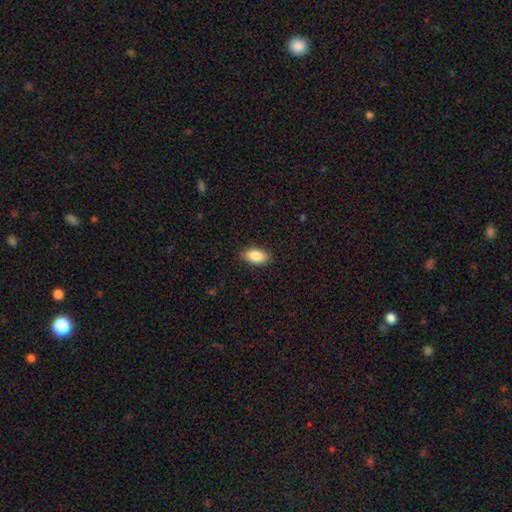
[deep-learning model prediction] smooth-or-featured: smooth: 87% | star or artifact: 7% | featured or disk: 6%
  how-rounded: in between: 92% | round: 5% | cigar-shaped: 3%
  merging: none: 88% | minor disturbance: 9% | major disturbance: 2% | merger: 1%